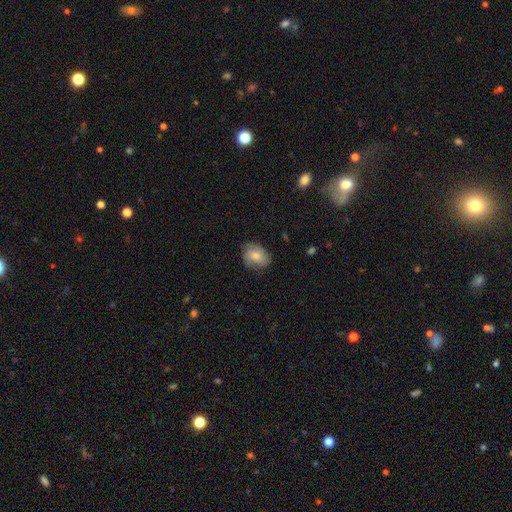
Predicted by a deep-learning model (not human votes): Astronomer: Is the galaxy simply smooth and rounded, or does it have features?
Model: smooth — 65%.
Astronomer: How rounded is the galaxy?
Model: in between — 67%.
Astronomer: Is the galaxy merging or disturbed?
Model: none — 69%.